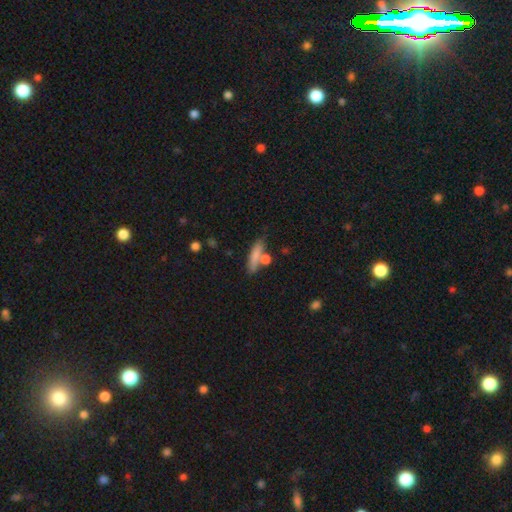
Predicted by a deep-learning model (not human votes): This is likely a smooth galaxy (76%). How rounded: likely cigar-shaped (72%). Merging: likely none (63%).